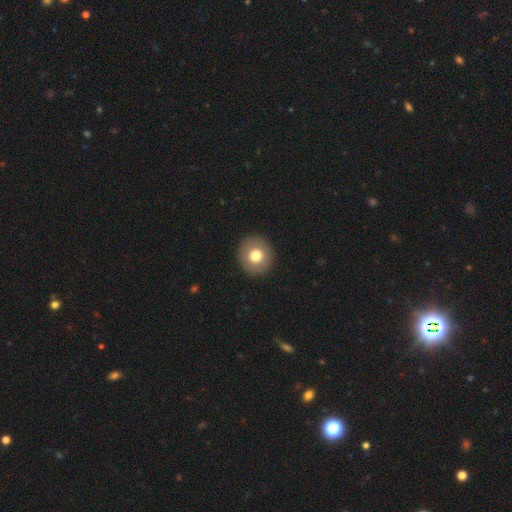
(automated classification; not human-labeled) Smooth or featured?
  - smooth: 72% *
  - featured or disk: 19%
  - star or artifact: 8%
How rounded?
  - round: 88% *
  - in between: 11%
  - cigar-shaped: 1%
Merging?
  - none: 91% *
  - minor disturbance: 6%
  - major disturbance: 2%
  - merger: 1%